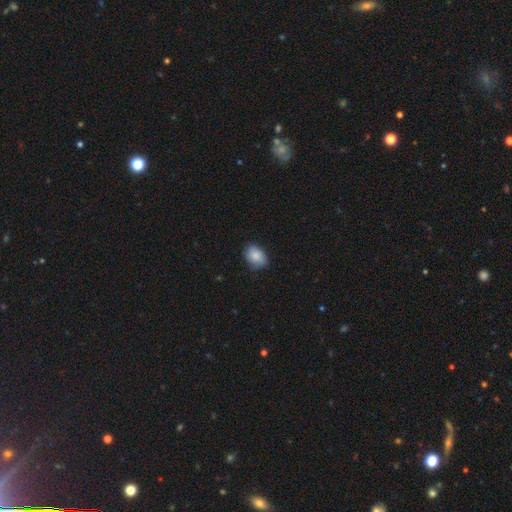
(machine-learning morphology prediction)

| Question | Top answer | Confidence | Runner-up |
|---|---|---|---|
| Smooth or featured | smooth | 82% | featured or disk (11%) |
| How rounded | in between | 71% | round (28%) |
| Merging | none | 77% | minor disturbance (19%) |